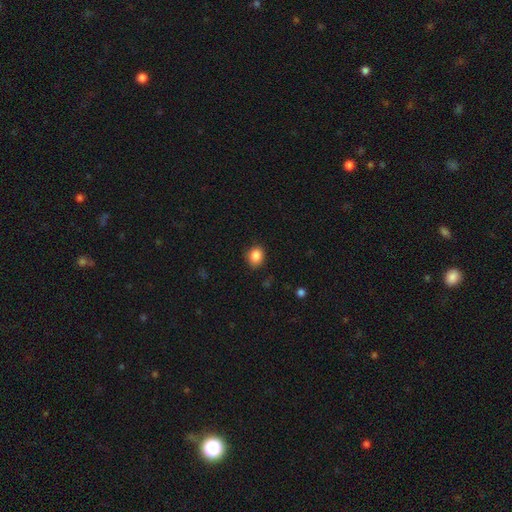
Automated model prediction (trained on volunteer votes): smooth-or-featured: smooth: 87% | star or artifact: 9% | featured or disk: 4%
  how-rounded: round: 55% | in between: 44% | cigar-shaped: 1%
  merging: none: 83% | minor disturbance: 13% | major disturbance: 3% | merger: 1%